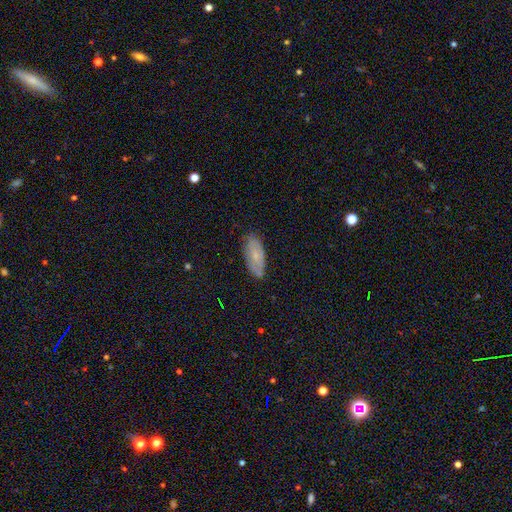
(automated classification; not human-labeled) This appears to be a smooth galaxy with no disk features (56%) that is in between round and cigar-shaped (85%). Merging: none (76%).